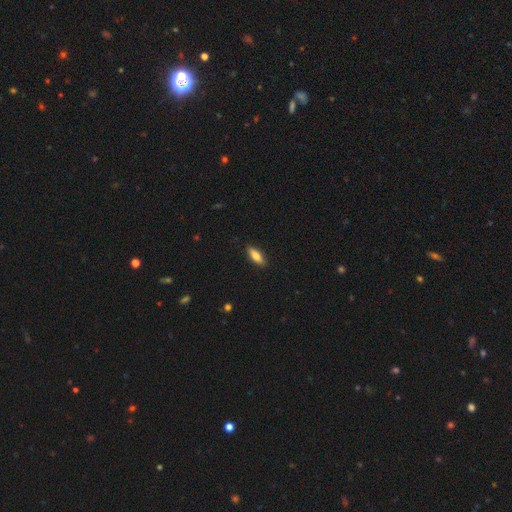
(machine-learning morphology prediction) smooth-or-featured: smooth: 79% | featured or disk: 15% | star or artifact: 6%
  how-rounded: in between: 63% | cigar-shaped: 35% | round: 2%
  merging: none: 88% | minor disturbance: 9% | major disturbance: 2% | merger: 1%